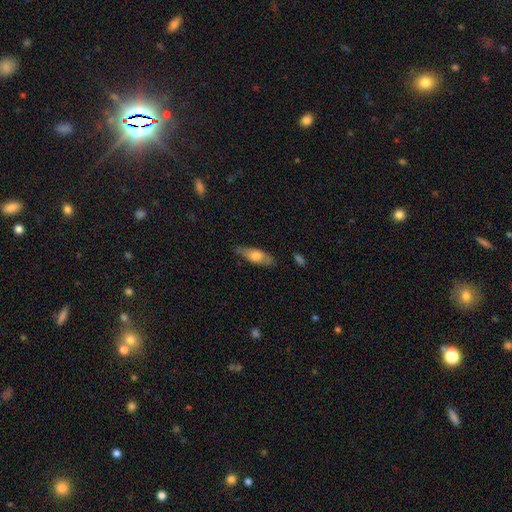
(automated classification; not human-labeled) A smooth galaxy with no disk features (60%) that is in between round and cigar-shaped (62%). Merging: none (72%).